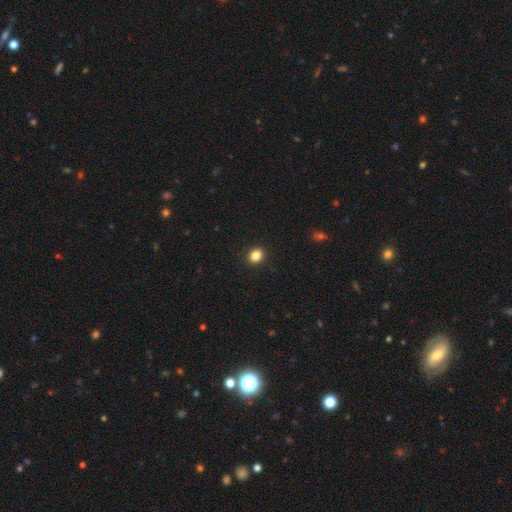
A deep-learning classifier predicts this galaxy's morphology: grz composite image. It shows a smooth galaxy with no disk features (85%) that is round (65%). Merging: none (92%).